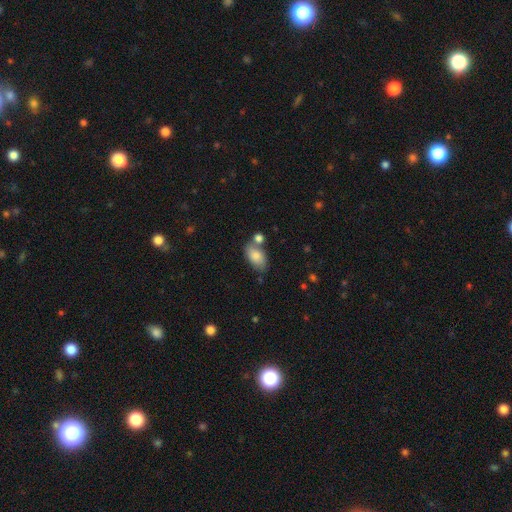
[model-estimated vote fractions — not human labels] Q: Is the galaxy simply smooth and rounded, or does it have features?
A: smooth — 82%.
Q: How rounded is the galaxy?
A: in between — 92%.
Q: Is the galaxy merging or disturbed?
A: none — 58%.